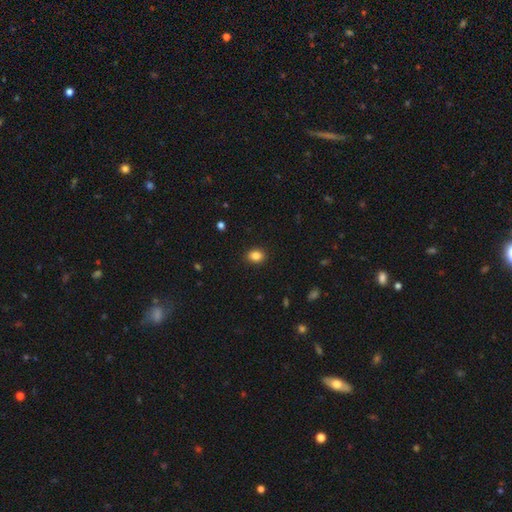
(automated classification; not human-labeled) A smooth galaxy with no disk features (85%) that is in between round and cigar-shaped (54%).

Vote fractions:
- Smooth or featured? smooth: 85% / star or artifact: 10% / featured or disk: 5%
- How rounded? in between: 54% / round: 45% / cigar-shaped: 1%
- Merging? none: 90% / minor disturbance: 7% / major disturbance: 2% / merger: 1%